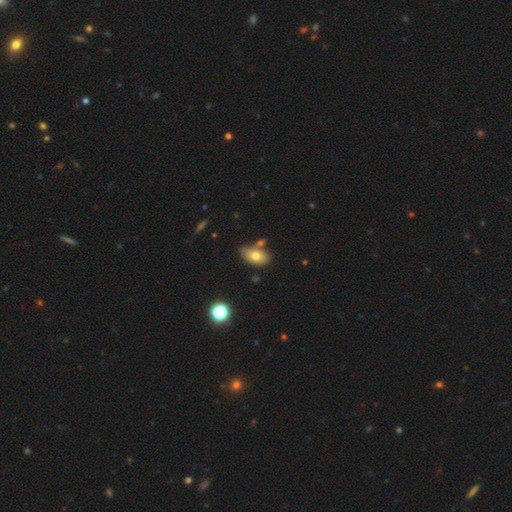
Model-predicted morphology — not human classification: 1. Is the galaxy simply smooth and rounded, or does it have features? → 73% smooth, 17% featured or disk, 10% star or artifact.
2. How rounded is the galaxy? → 89% in between, 9% round, 2% cigar-shaped.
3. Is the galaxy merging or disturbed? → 64% none, 18% minor disturbance, 14% merger, 4% major disturbance.